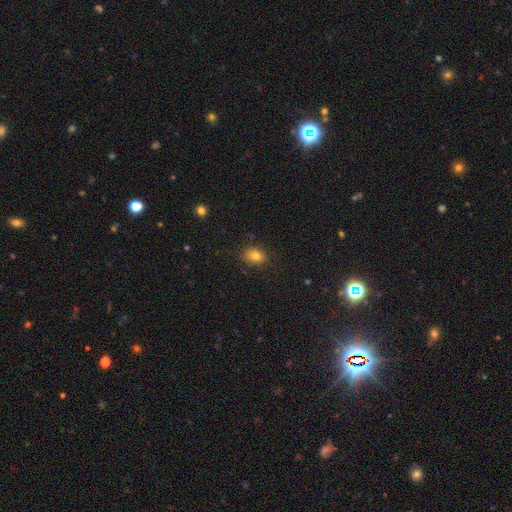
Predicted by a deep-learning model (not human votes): Smooth or featured: smooth — 80% (star or artifact — 12%)
How rounded: in between — 67% (round — 31%)
Merging: none — 80% (minor disturbance — 15%)